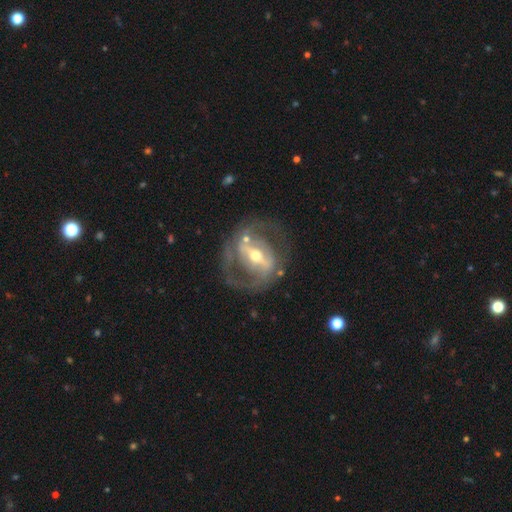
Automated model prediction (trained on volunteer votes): A featured or disk galaxy (85%) with a strong bar (65%), 2 (78%) medium (47%) spiral arms (69%) and a moderate central bulge (62%).

Vote fractions:
- Smooth or featured? featured or disk: 85% / smooth: 10% / star or artifact: 5%
- Edge-on disk? no: 92% / yes: 8%
- Bar? strong: 65% / weak: 23% / no: 12%
- Spiral arms? yes: 69% / no: 31%
- Spiral winding? medium: 47% / tight: 33% / loose: 20%
- Spiral arm count? 2: 78% / can't tell: 13% / 1: 4% / 3: 3% / 4: 1% / more than 4: 1%
- Bulge size? moderate: 62% / small: 31% / large: 5% / dominant: 1% / none: 1%
- Merging? none: 67% / minor disturbance: 15% / major disturbance: 15% / merger: 4%